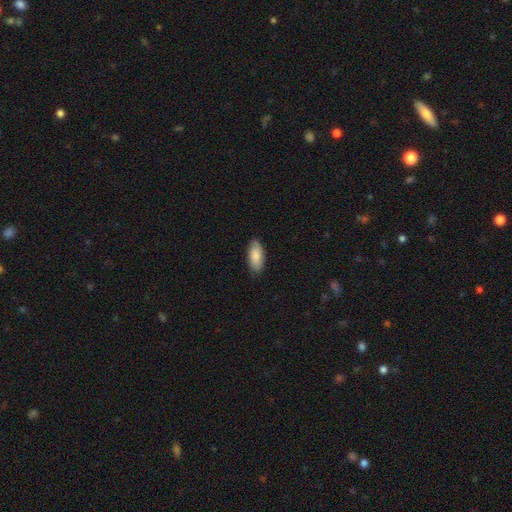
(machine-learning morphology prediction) smooth_or_featured: smooth (p=0.84) [alt: featured or disk p=0.10]
how_rounded: in between (p=0.86) [alt: cigar-shaped p=0.12]
merging: none (p=0.84) [alt: minor disturbance p=0.13]